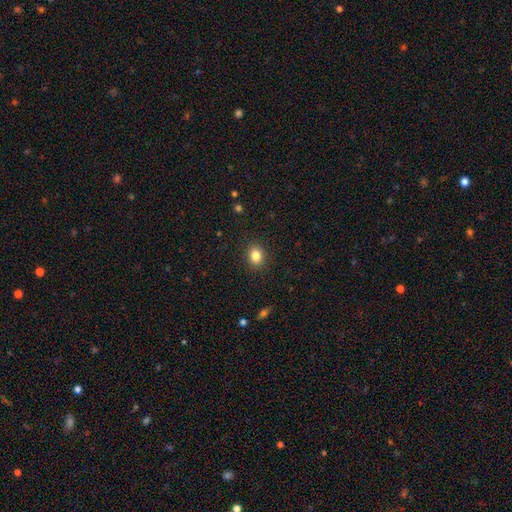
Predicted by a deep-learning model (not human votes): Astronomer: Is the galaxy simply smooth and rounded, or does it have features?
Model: smooth — 84%.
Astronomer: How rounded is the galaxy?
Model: round — 54% (runner-up: in between, 45%).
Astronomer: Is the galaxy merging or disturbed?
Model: none — 89%.